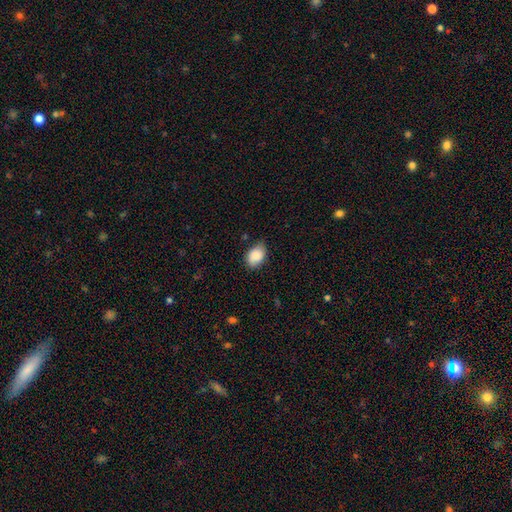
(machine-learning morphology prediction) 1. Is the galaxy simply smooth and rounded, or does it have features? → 86% smooth, 7% star or artifact, 7% featured or disk.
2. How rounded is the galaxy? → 81% in between, 18% round, 1% cigar-shaped.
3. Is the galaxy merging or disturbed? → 71% none, 24% minor disturbance, 4% major disturbance, 1% merger.